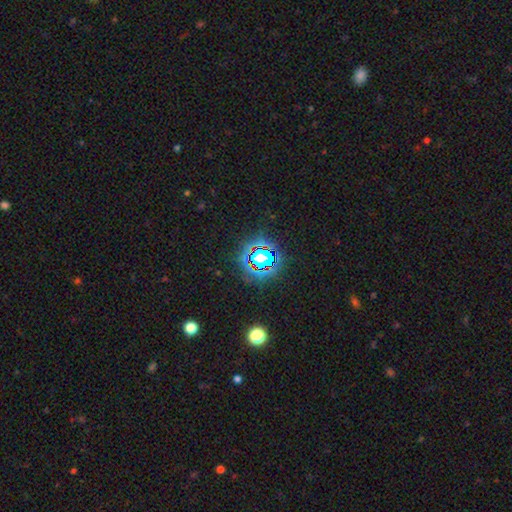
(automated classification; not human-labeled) A star or artifact, not a galaxy (72%).